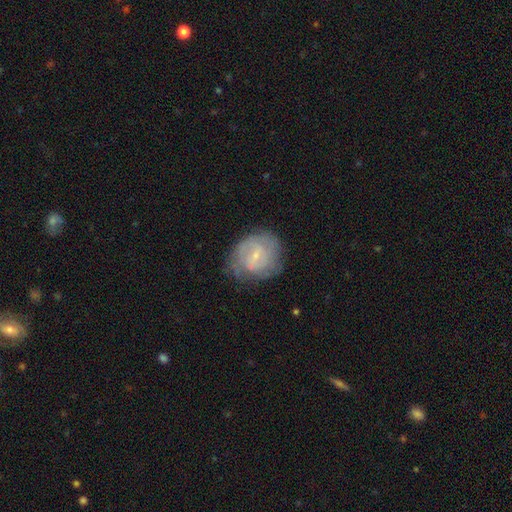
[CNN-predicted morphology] Smooth or featured: featured or disk — 63% (smooth — 30%)
Edge-on disk: no — 97% (yes — 3%)
Bar: weak — 53% (no — 35%)
Spiral arms: yes — 79% (no — 21%)
Bulge size: small — 75% (moderate — 17%)
Merging: none — 66% (minor disturbance — 23%)